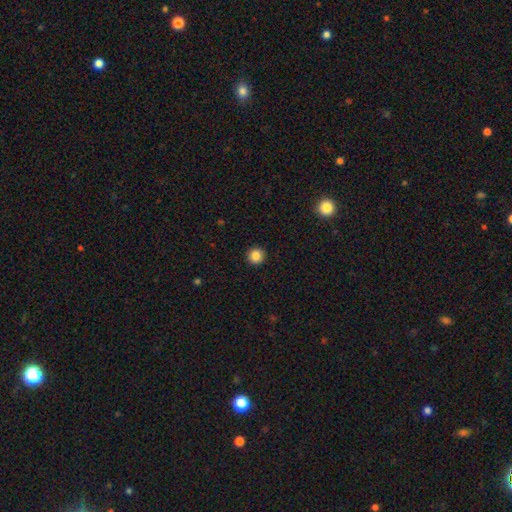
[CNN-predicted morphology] A smooth galaxy with no disk features (86%) that is round (94%). Merging: none (92%).